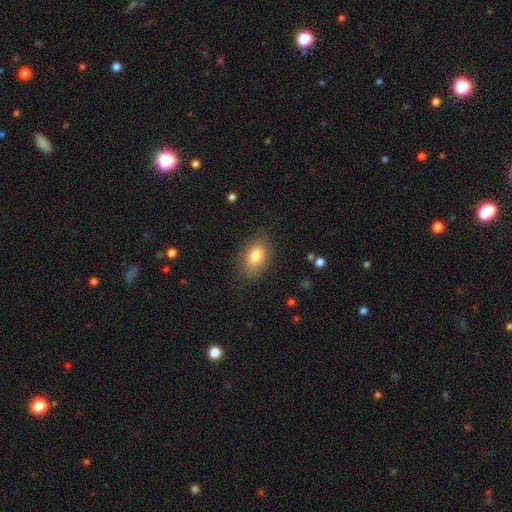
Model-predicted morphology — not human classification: A smooth galaxy with no disk features (81%) that is in between round and cigar-shaped (85%). Merging: none (83%).